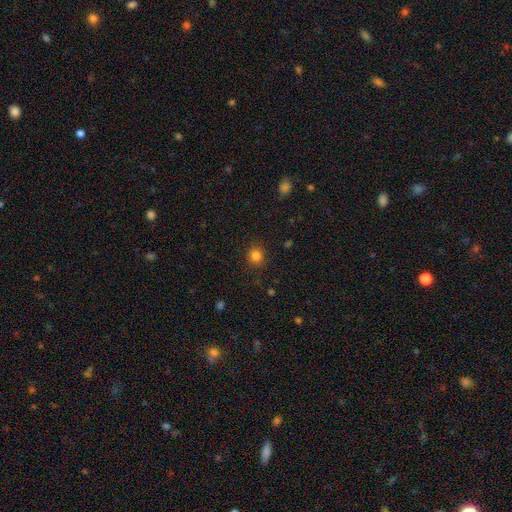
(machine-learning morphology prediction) smooth-or-featured: smooth: 83% | star or artifact: 13% | featured or disk: 4%
  how-rounded: round: 86% | in between: 13% | cigar-shaped: 1%
  merging: none: 89% | minor disturbance: 7% | major disturbance: 2% | merger: 1%